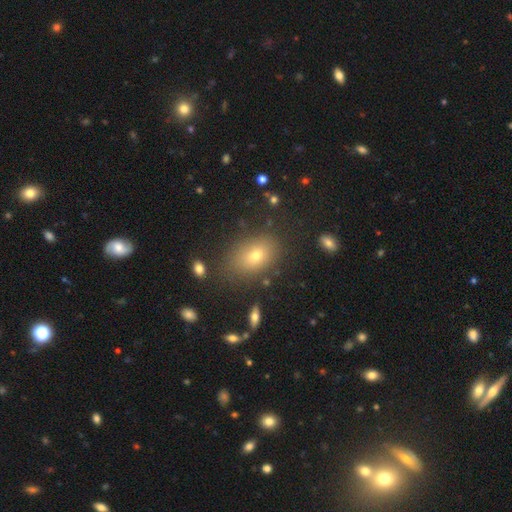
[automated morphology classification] This is likely a smooth galaxy (69%). How rounded: likely in between (76%). Merging: likely none (78%).